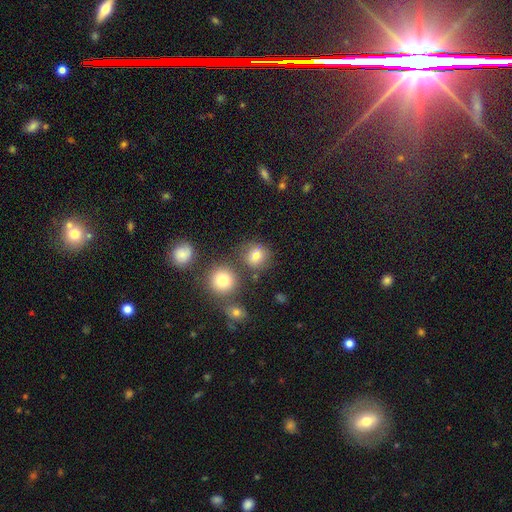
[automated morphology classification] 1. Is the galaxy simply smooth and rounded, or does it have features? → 76% smooth, 15% star or artifact, 9% featured or disk.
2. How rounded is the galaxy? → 83% round, 16% in between, 1% cigar-shaped.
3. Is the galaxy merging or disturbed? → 72% none, 12% minor disturbance, 11% merger, 5% major disturbance.